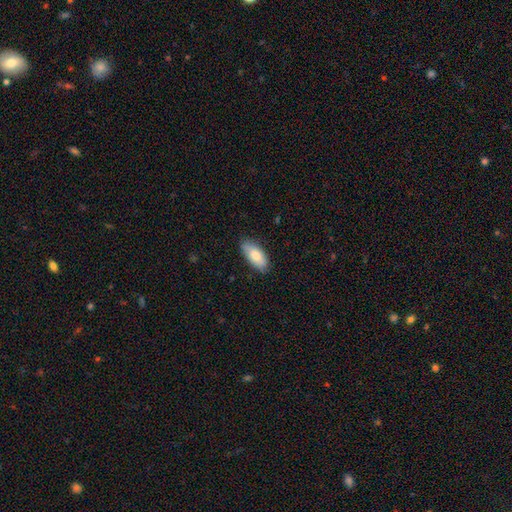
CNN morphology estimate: Smooth or featured? Predicted: smooth (p=0.79). How rounded? Predicted: in between (p=0.88). Merging? Predicted: none (p=0.82).